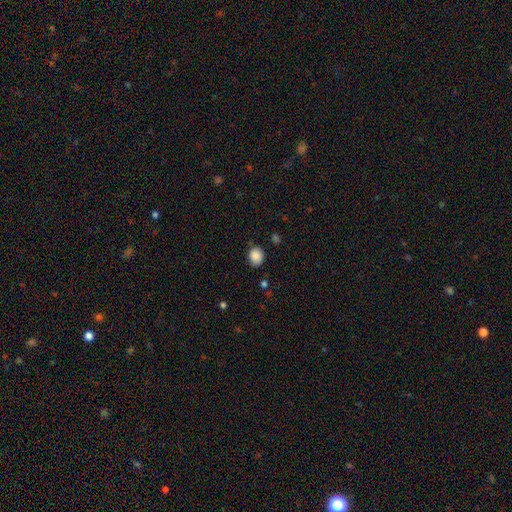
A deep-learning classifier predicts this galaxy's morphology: smooth-or-featured: smooth: 88% | star or artifact: 9% | featured or disk: 4%
  how-rounded: round: 60% | in between: 39% | cigar-shaped: 1%
  merging: none: 78% | minor disturbance: 16% | major disturbance: 3% | merger: 2%